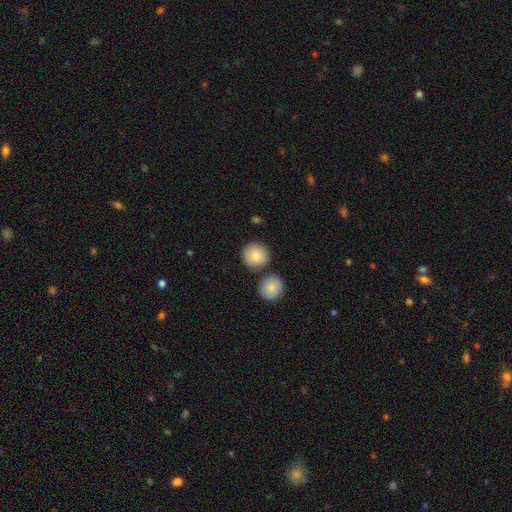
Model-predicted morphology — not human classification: A smooth galaxy with no disk features (85%) that is round (93%).

Vote fractions:
- Smooth or featured? smooth: 85% / featured or disk: 8% / star or artifact: 7%
- How rounded? round: 93% / in between: 6% / cigar-shaped: 1%
- Merging? none: 74% / merger: 14% / minor disturbance: 9% / major disturbance: 3%